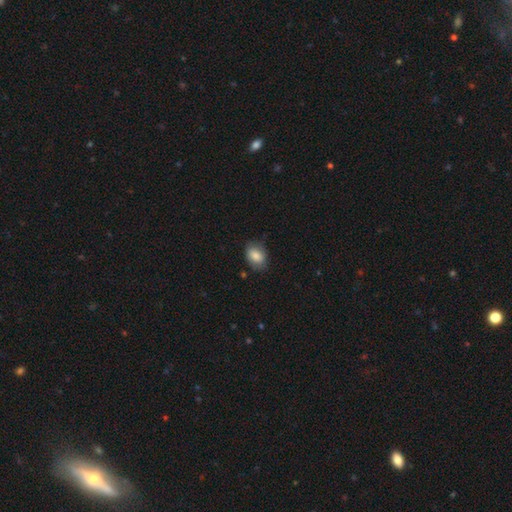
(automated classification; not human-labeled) This appears to be a smooth galaxy with no disk features (83%) that is in between round and cigar-shaped (74%). Merging: none (73%).